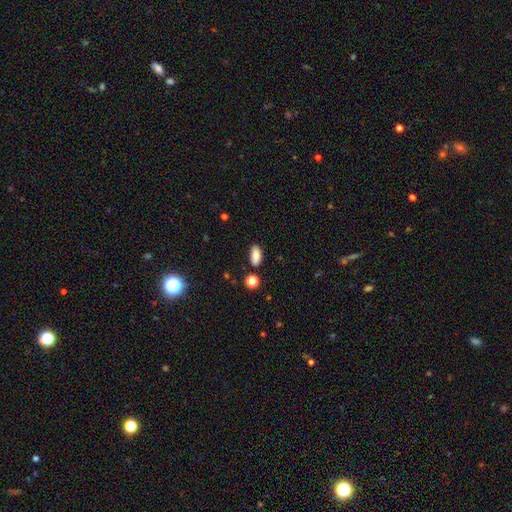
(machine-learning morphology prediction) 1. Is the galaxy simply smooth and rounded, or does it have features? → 83% smooth, 9% star or artifact, 8% featured or disk.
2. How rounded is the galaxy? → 86% in between, 10% cigar-shaped, 4% round.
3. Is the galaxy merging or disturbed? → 83% none, 11% minor disturbance, 3% merger, 3% major disturbance.